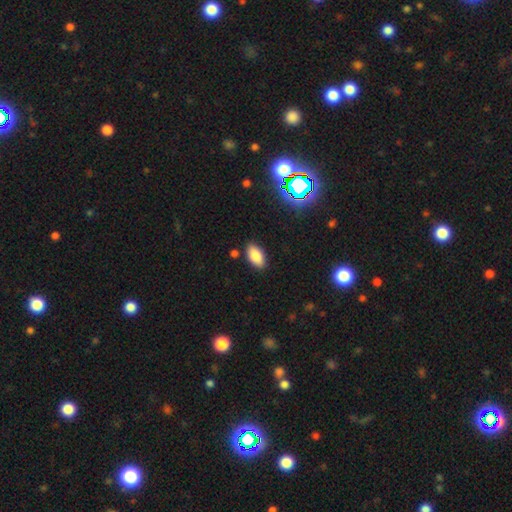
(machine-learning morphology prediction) smooth_or_featured: smooth (p=0.84) [alt: star or artifact p=0.09]
how_rounded: in between (p=0.93) [alt: round p=0.04]
merging: none (p=0.86) [alt: minor disturbance p=0.10]